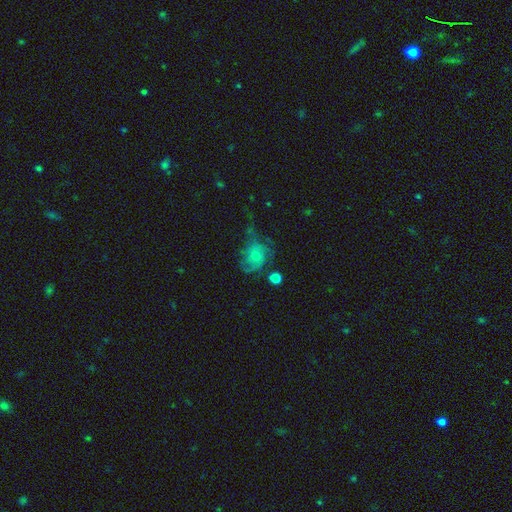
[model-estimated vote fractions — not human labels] The model was most divided on "smooth or featured": featured or disk: 47%, smooth: 40%, star or artifact: 13%. Remaining: merging — none (40%).